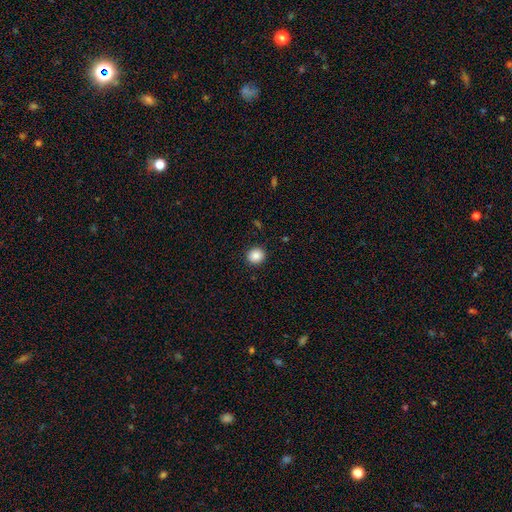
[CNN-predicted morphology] A smooth galaxy with no disk features (87%) that is round (88%). Merging: none (91%).